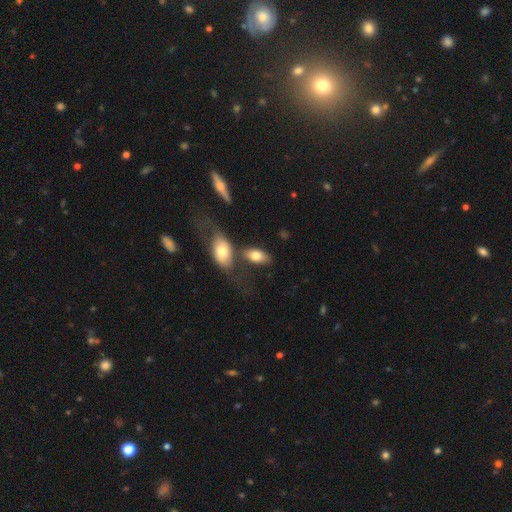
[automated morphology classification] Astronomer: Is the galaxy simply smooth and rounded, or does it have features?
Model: smooth — 74%.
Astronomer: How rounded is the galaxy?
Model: in between — 91%.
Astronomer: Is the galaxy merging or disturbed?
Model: none — 46% (runner-up: merger, 31%).